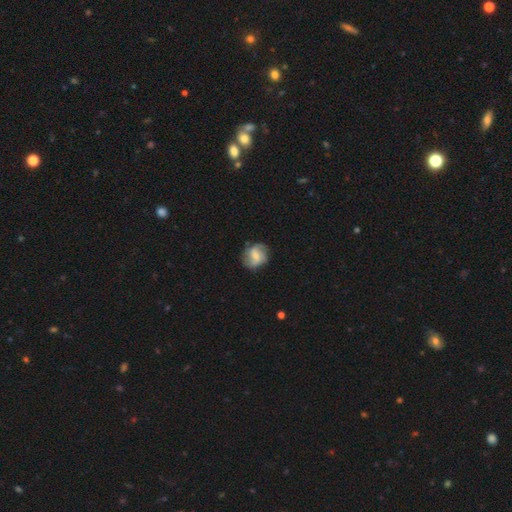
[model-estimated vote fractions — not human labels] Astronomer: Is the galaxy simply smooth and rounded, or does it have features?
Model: featured or disk — 58% (runner-up: smooth, 35%).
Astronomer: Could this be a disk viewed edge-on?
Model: no — 97%.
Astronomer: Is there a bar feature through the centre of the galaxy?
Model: weak — 49% (runner-up: no, 29%).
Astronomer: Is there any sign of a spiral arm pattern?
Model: yes — 84%.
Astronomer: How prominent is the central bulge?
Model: small — 48% (runner-up: moderate, 37%).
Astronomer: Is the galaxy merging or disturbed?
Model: none — 73%.